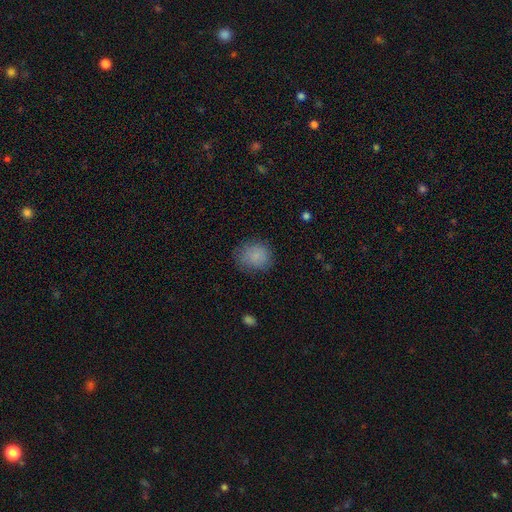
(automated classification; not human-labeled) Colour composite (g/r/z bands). It shows a smooth galaxy with no disk features (84%) that is round (73%). Merging: none (76%).